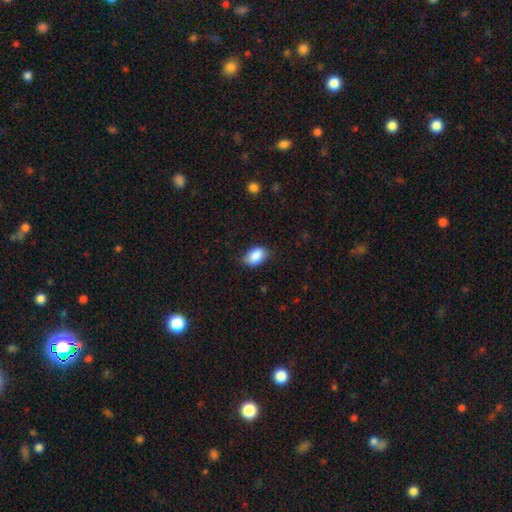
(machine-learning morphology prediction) smooth-or-featured: smooth: 89% | star or artifact: 7% | featured or disk: 4%
  how-rounded: in between: 84% | round: 14% | cigar-shaped: 1%
  merging: none: 77% | minor disturbance: 19% | major disturbance: 3% | merger: 1%